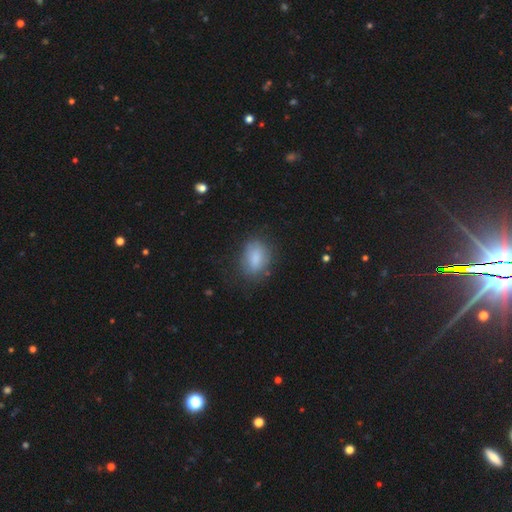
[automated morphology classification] This appears to be a smooth galaxy with no disk features (82%) that is in between round and cigar-shaped (83%). Merging: none (73%).